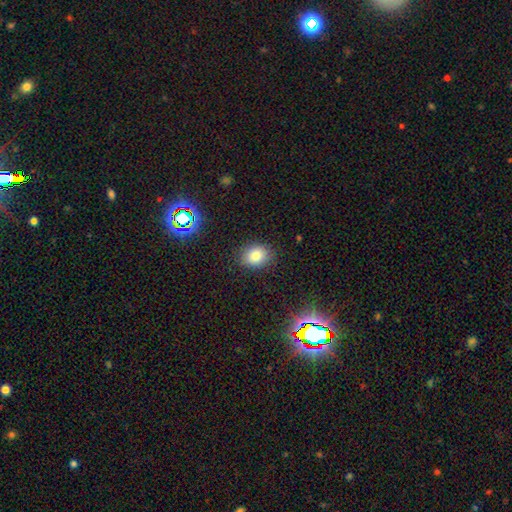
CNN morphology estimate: This is clearly a smooth galaxy (81%). How rounded: possibly in between (50%). Merging: clearly none (85%).